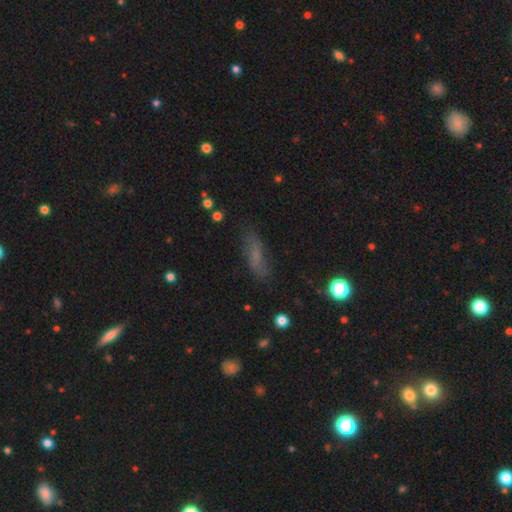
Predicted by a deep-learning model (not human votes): smooth_or_featured: smooth (p=0.59) [alt: featured or disk p=0.26]
how_rounded: cigar-shaped (p=0.53) [alt: in between p=0.43]
merging: none (p=0.69) [alt: minor disturbance p=0.20]